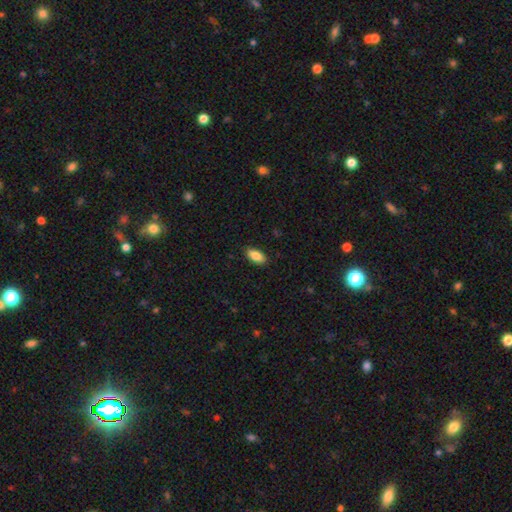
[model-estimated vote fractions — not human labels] Smooth or featured? smooth (87%)
How rounded? in between (92%)
Merging? none (89%)